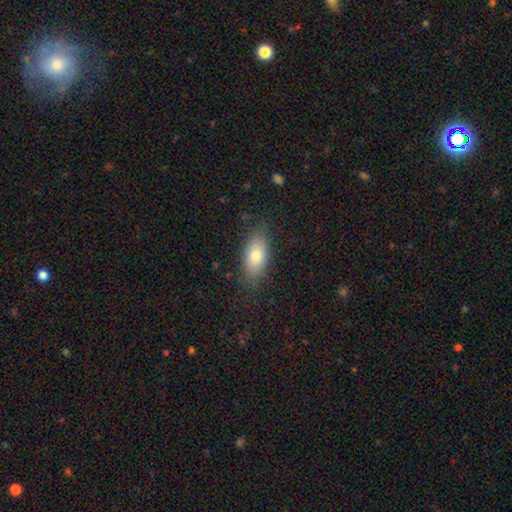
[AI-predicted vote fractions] Overall: smooth (77%). How rounded: in between (86%). Merging: none (84%).